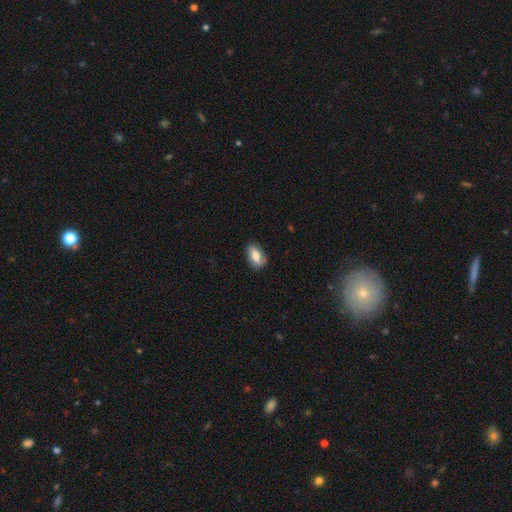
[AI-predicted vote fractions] The model was most divided on "smooth or featured": smooth: 73%, featured or disk: 20%, star or artifact: 7%. More confident: how rounded — in between (91%); merging — none (77%).